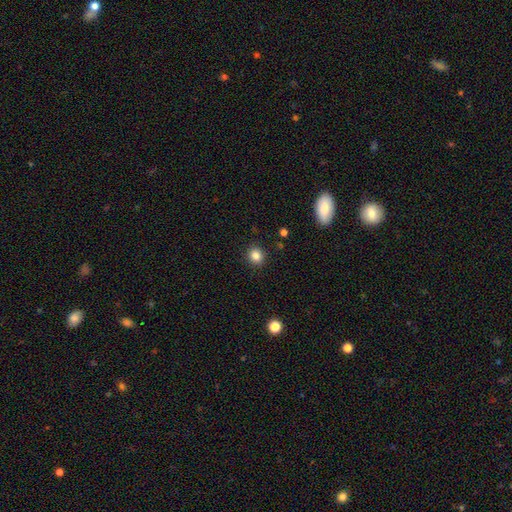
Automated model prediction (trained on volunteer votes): A smooth galaxy with no disk features (83%) that is round (84%). Merging: none (91%).